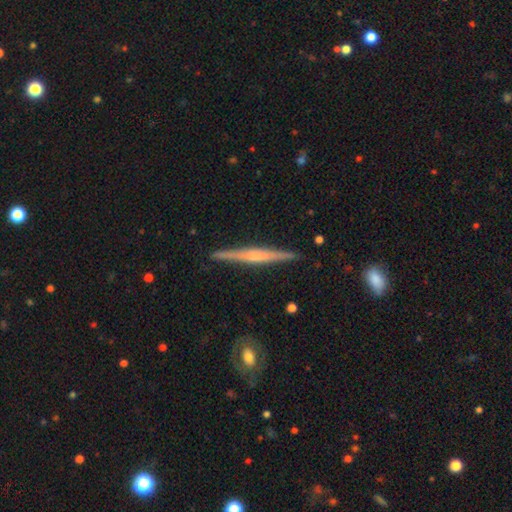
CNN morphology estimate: A featured or disk galaxy (71%) viewed edge-on (98%) with a rounded central bulge (56%).

Vote fractions:
- Smooth or featured? featured or disk: 71% / smooth: 23% / star or artifact: 5%
- Edge-on disk? yes: 98% / no: 2%
- Edge-on bulge? rounded: 56% / none: 28% / boxy: 17%
- Merging? none: 90% / minor disturbance: 7% / major disturbance: 1% / merger: 1%